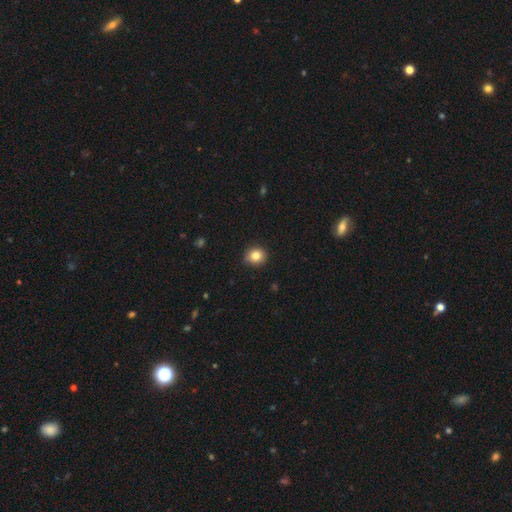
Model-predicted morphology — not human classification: The model was most divided on "how rounded": round: 81%, in between: 18%, cigar-shaped: 1%. More confident: merging — none (85%); smooth or featured — smooth (83%).